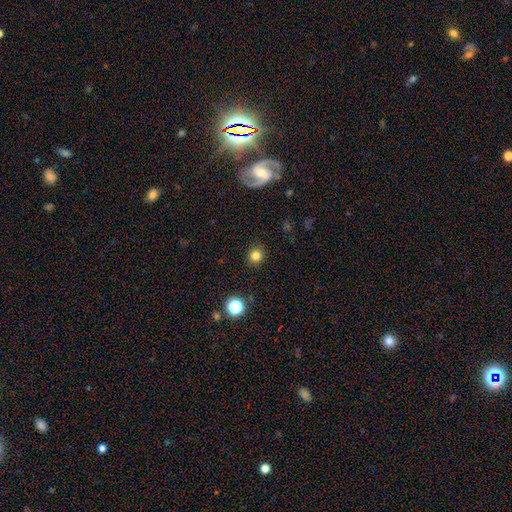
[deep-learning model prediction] smooth-or-featured: smooth: 81% | star or artifact: 13% | featured or disk: 6%
  how-rounded: round: 90% | in between: 9% | cigar-shaped: 1%
  merging: none: 90% | minor disturbance: 6% | major disturbance: 2% | merger: 1%